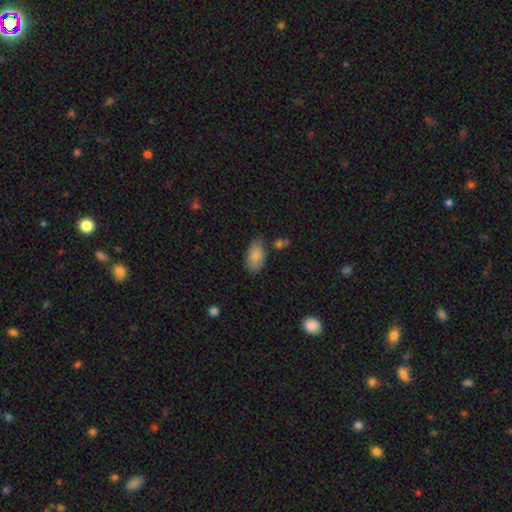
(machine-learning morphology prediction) smooth_or_featured: smooth (p=0.84) [alt: featured or disk p=0.09]
how_rounded: in between (p=0.93) [alt: round p=0.04]
merging: none (p=0.71) [alt: minor disturbance p=0.21]